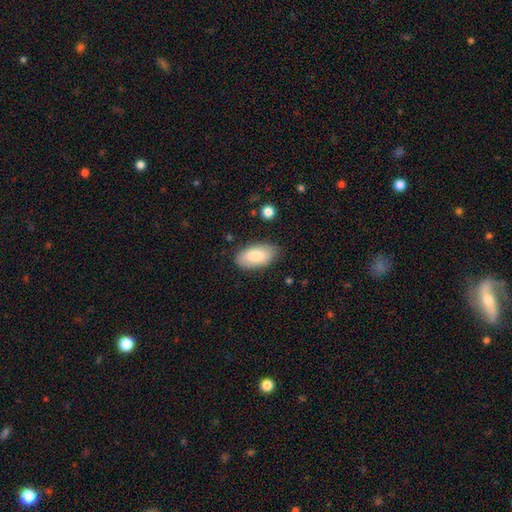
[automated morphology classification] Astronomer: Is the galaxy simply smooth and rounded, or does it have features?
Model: smooth — 81%.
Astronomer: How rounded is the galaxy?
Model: in between — 94%.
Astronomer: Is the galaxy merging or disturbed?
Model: none — 83%.